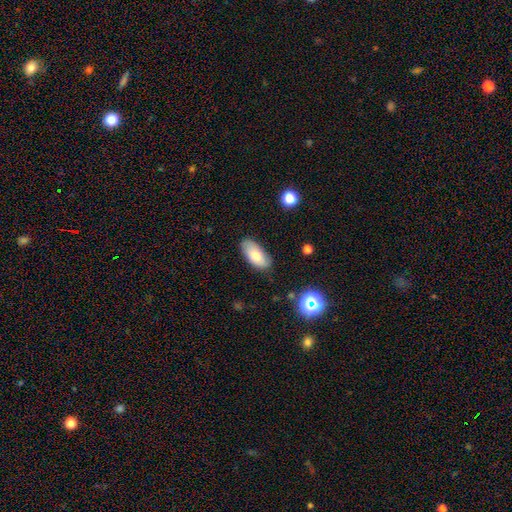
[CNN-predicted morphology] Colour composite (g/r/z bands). It shows a smooth galaxy with no disk features (79%) that is in between round and cigar-shaped (91%). Merging: none (81%).